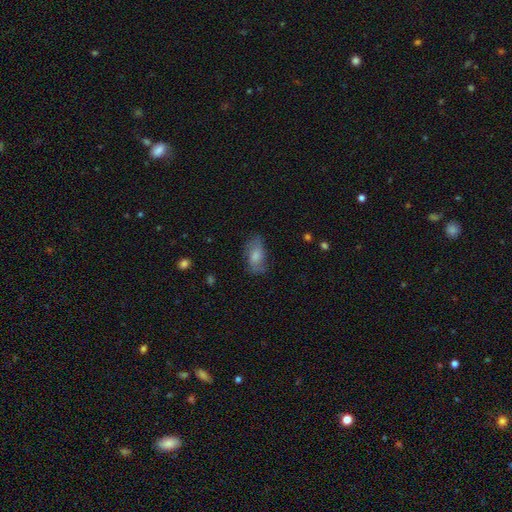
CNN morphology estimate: The model was most divided on "smooth or featured": smooth: 66%, featured or disk: 26%, star or artifact: 8%. More confident: how rounded — in between (90%); merging — none (65%).